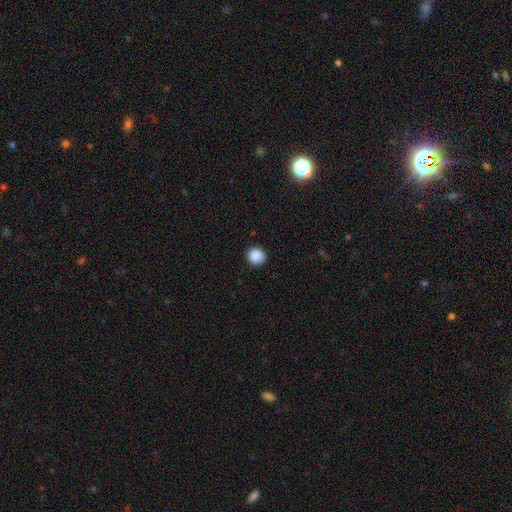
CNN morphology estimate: Smooth or featured? Predicted: smooth (p=0.89). How rounded? Predicted: round (p=0.92). Merging? Predicted: none (p=0.92).